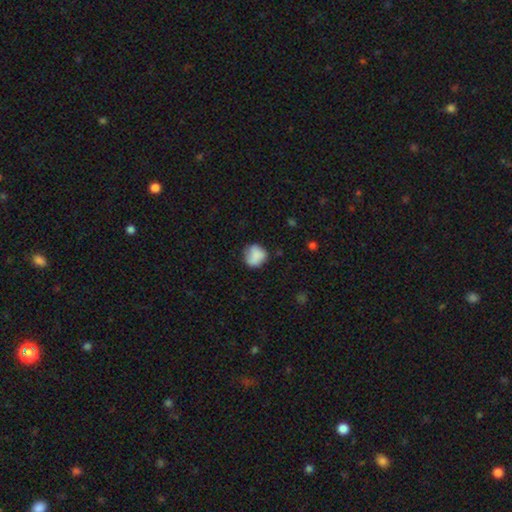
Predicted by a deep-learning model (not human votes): This appears to be a smooth galaxy with no disk features (78%) that is round (77%). Merging: none (62%).